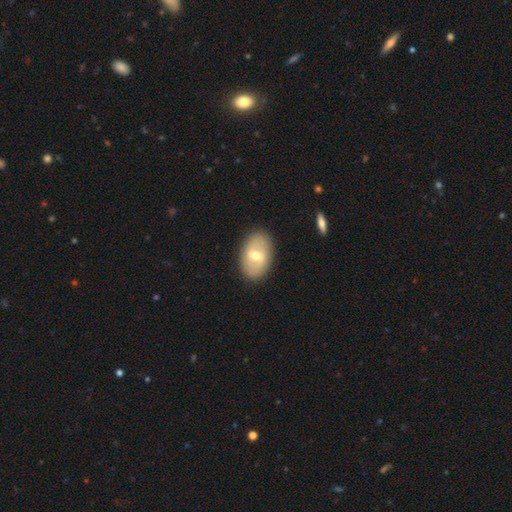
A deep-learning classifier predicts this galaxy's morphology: smooth-or-featured: featured or disk: 47% | smooth: 46% | star or artifact: 7%
  merging: none: 87% | minor disturbance: 9% | major disturbance: 3% | merger: 1%